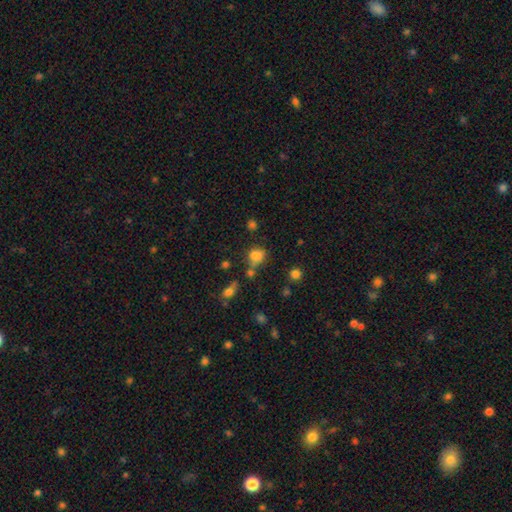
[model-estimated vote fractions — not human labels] smooth 74%, star or artifact 16%, featured or disk 10%. Down the decision tree: how rounded — round (50%); merging — none (47%).